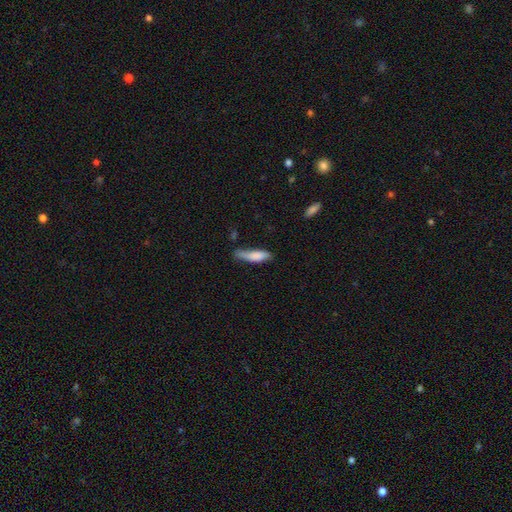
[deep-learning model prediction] smooth 79%, featured or disk 14%, star or artifact 7%. Down the decision tree: how rounded — cigar-shaped (61%); merging — none (45%).